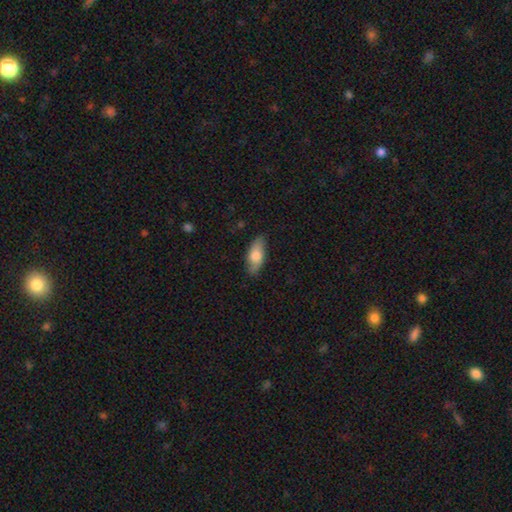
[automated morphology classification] Q: Smooth or featured?
A: smooth (73%); runner-up: featured or disk (21%)
Q: How rounded?
A: in between (81%); runner-up: cigar-shaped (17%)
Q: Merging?
A: none (79%); runner-up: minor disturbance (17%)